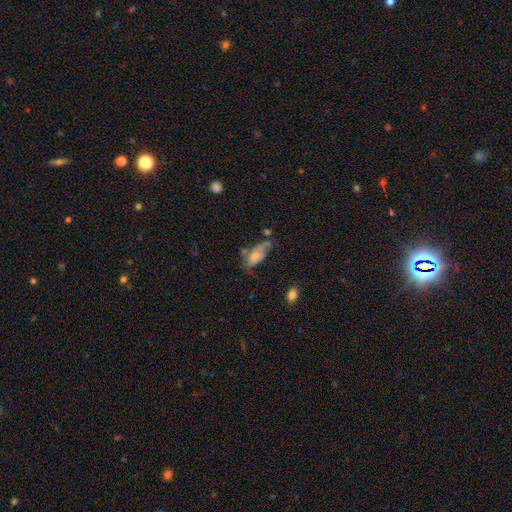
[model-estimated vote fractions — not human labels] A smooth galaxy with no disk features (60%) that is in between round and cigar-shaped (87%).

Vote fractions:
- Smooth or featured? smooth: 60% / featured or disk: 31% / star or artifact: 9%
- How rounded? in between: 87% / cigar-shaped: 9% / round: 4%
- Merging? none: 29% (tied) / major disturbance: 29% (tied) / minor disturbance: 28% / merger: 14%